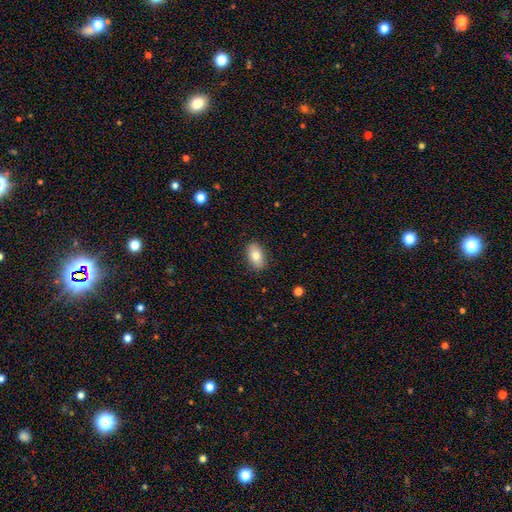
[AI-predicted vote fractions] Overall: smooth (80%). How rounded: in between (90%). Merging: none (88%).